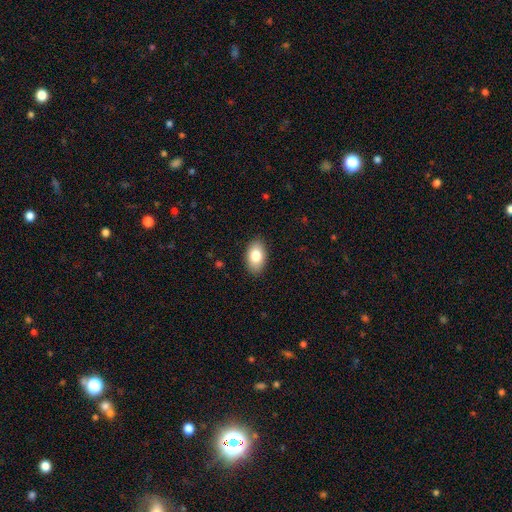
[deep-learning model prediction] Smooth or featured? Predicted: smooth (p=0.81). How rounded? Predicted: in between (p=0.92). Merging? Predicted: none (p=0.88).